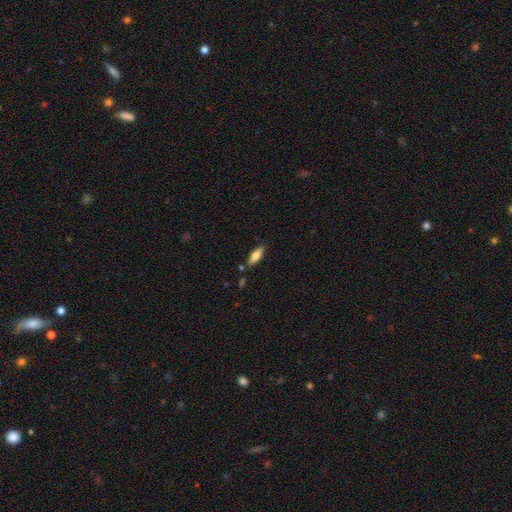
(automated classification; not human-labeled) This appears to be a smooth galaxy with no disk features (79%) that is in between round and cigar-shaped (64%). Merging: none (80%).